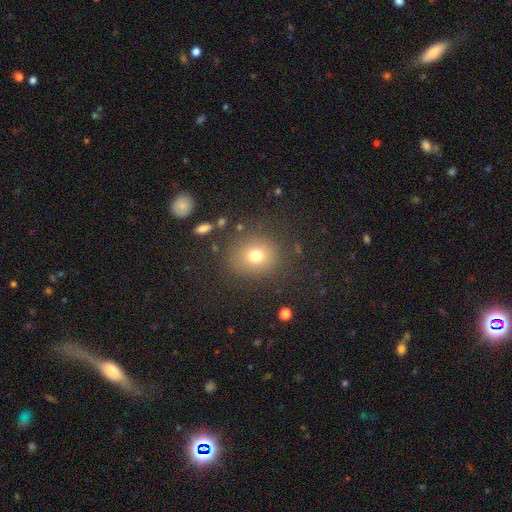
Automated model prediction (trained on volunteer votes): smooth-or-featured: smooth: 74% | star or artifact: 16% | featured or disk: 11%
  how-rounded: round: 80% | in between: 19% | cigar-shaped: 1%
  merging: none: 83% | minor disturbance: 10% | major disturbance: 5% | merger: 2%